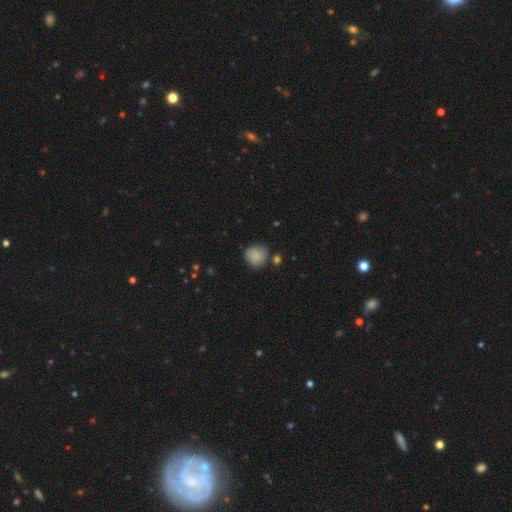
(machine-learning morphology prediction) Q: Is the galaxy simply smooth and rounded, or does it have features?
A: smooth — 82%.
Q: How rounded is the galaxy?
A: round — 85%.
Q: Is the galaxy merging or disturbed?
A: none — 69%.